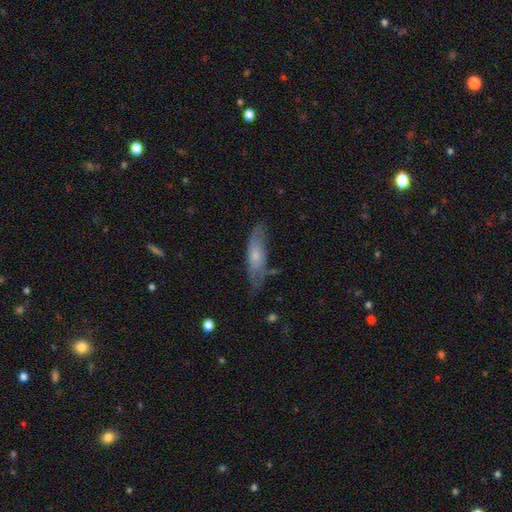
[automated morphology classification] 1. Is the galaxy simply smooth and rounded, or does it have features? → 60% smooth, 34% featured or disk, 6% star or artifact.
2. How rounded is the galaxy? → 60% cigar-shaped, 38% in between, 2% round.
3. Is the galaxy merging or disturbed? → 69% none, 22% minor disturbance, 6% major disturbance, 3% merger.